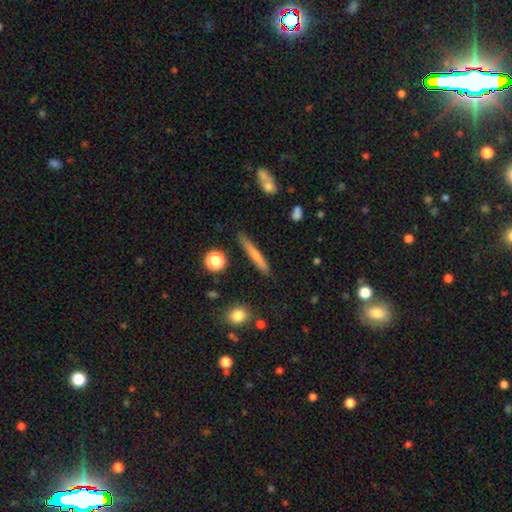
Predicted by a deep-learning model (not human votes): A smooth galaxy with no disk features (63%) that is cigar-shaped (93%). Merging: none (85%).